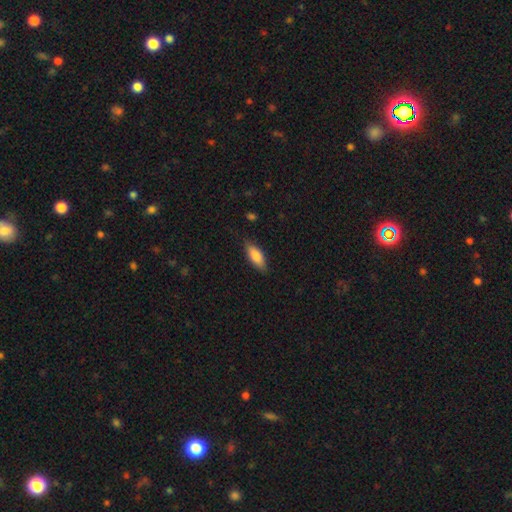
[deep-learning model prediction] Morphology: type=smooth (82%); roundness=in between (73%); merging=none (83%).